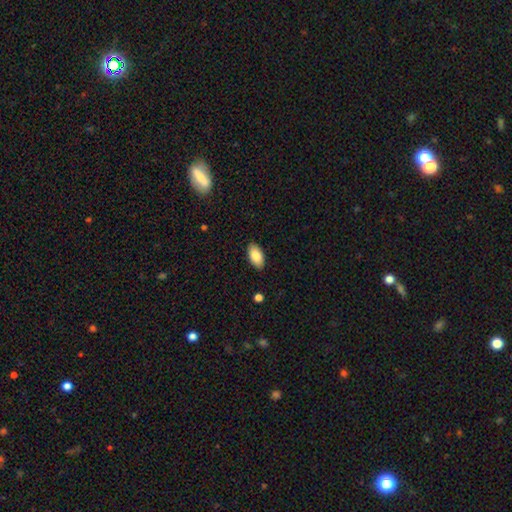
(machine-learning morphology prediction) Q: Smooth or featured?
A: smooth (85%); runner-up: featured or disk (9%)
Q: How rounded?
A: in between (94%); runner-up: round (3%)
Q: Merging?
A: none (88%); runner-up: minor disturbance (9%)